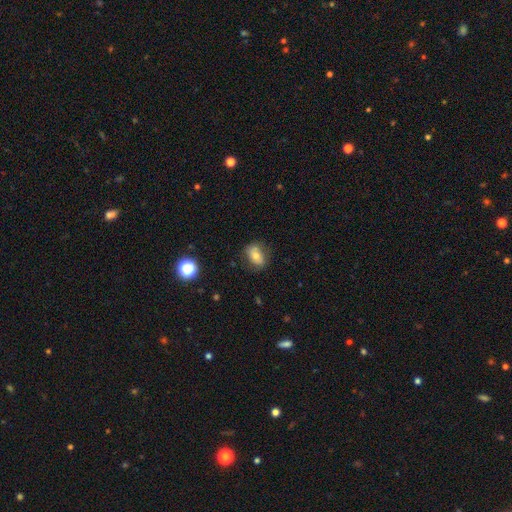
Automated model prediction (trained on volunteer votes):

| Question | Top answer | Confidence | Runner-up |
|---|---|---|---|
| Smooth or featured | smooth | 69% | featured or disk (20%) |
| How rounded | in between | 80% | round (18%) |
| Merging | none | 76% | minor disturbance (18%) |